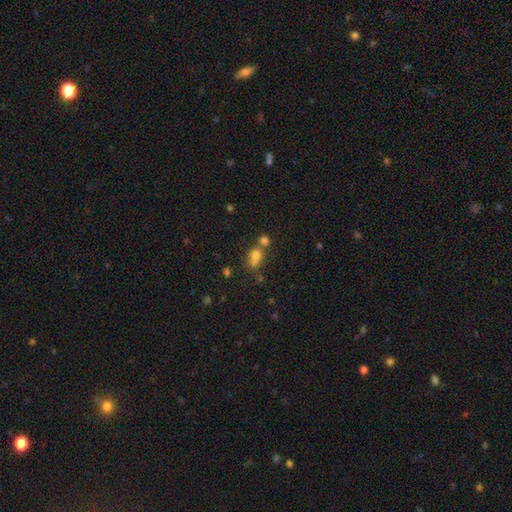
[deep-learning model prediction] Smooth or featured: smooth — 69% (star or artifact — 17%)
How rounded: round — 64% (in between — 34%)
Merging: merger — 51% (none — 35%)